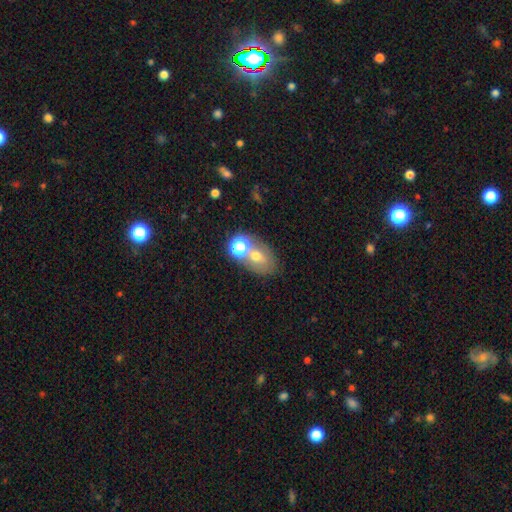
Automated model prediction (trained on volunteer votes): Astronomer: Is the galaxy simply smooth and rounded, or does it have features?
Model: smooth — 61%.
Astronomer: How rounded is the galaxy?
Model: in between — 62%.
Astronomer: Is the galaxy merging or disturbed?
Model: none — 47% (runner-up: merger, 34%).